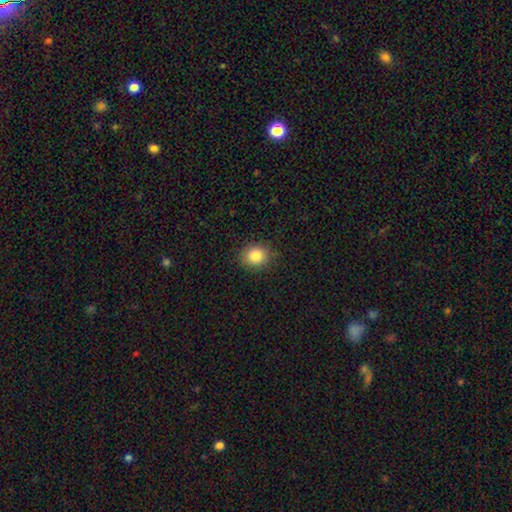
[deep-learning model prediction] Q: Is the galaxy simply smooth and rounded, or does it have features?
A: smooth — 84%.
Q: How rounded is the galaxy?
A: round — 73%.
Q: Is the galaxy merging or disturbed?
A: none — 87%.